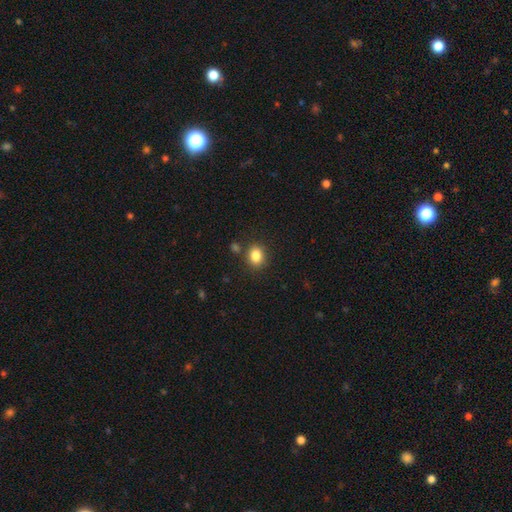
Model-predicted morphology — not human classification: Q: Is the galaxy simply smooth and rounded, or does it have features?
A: smooth — 84%.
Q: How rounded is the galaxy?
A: round — 56%.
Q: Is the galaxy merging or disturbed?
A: none — 82%.